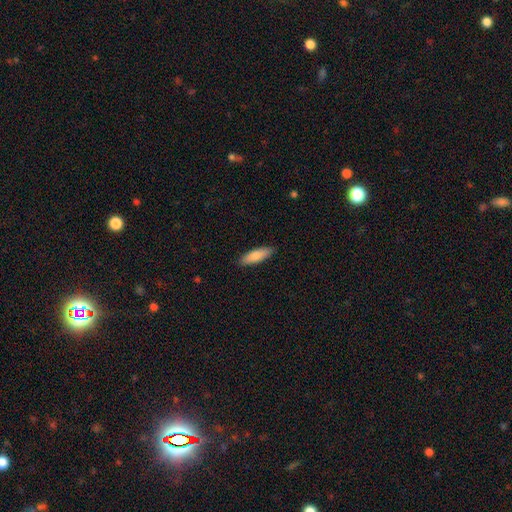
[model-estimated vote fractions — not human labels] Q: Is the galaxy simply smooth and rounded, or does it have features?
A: smooth — 85%.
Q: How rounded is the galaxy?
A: cigar-shaped — 51%.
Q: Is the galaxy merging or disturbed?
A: none — 90%.